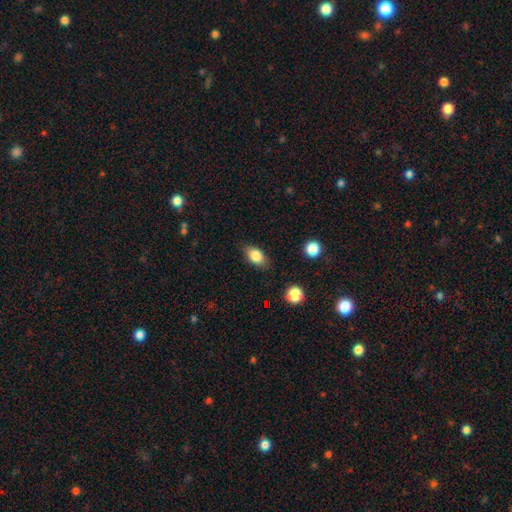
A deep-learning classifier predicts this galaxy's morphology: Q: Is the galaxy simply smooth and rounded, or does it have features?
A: smooth — 83%.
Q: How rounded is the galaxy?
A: in between — 85%.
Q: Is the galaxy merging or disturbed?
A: none — 81%.